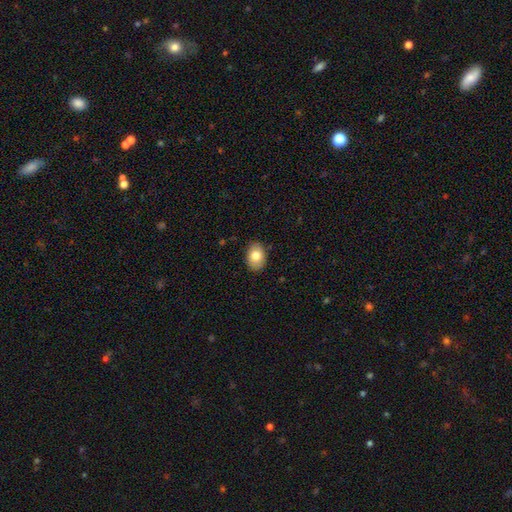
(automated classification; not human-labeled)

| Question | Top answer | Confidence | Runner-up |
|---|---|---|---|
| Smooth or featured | smooth | 80% | featured or disk (13%) |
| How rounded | in between | 77% | round (22%) |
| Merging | none | 86% | minor disturbance (10%) |